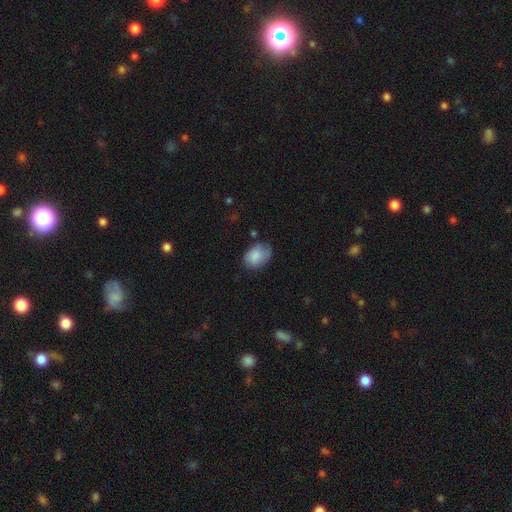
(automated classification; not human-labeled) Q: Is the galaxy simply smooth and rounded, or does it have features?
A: smooth — 83%.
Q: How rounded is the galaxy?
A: in between — 76%.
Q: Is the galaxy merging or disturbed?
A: none — 63%.